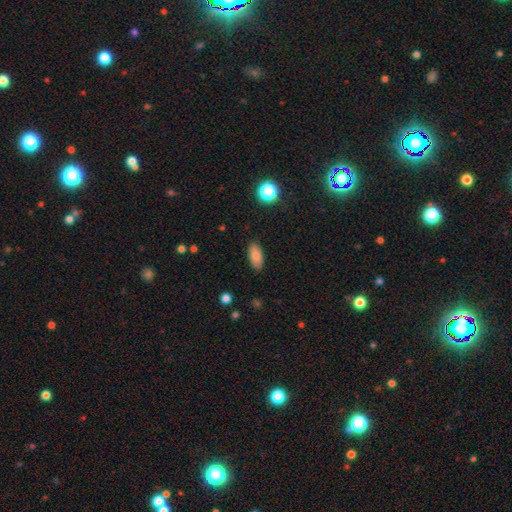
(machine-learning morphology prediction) smooth-or-featured: smooth: 84% | star or artifact: 8% | featured or disk: 7%
  how-rounded: in between: 89% | cigar-shaped: 8% | round: 3%
  merging: none: 87% | minor disturbance: 9% | major disturbance: 2% | merger: 1%